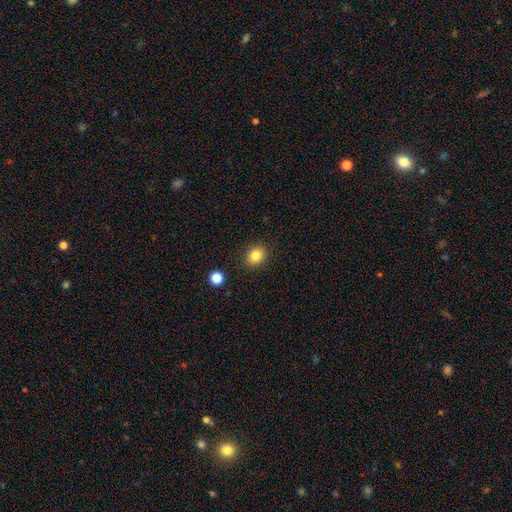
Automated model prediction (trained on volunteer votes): smooth-or-featured: smooth: 84% | star or artifact: 10% | featured or disk: 6%
  how-rounded: round: 50% | in between: 49% | cigar-shaped: 1%
  merging: none: 88% | minor disturbance: 8% | major disturbance: 2% | merger: 2%